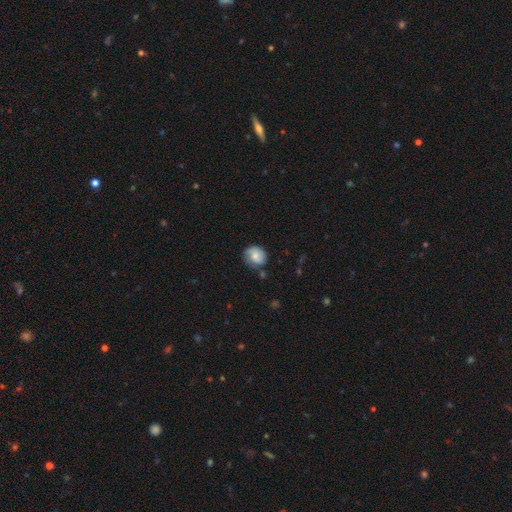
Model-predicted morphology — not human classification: Overall: smooth (64%; featured or disk 28%). How rounded: round (74%). Merging: none (67%).